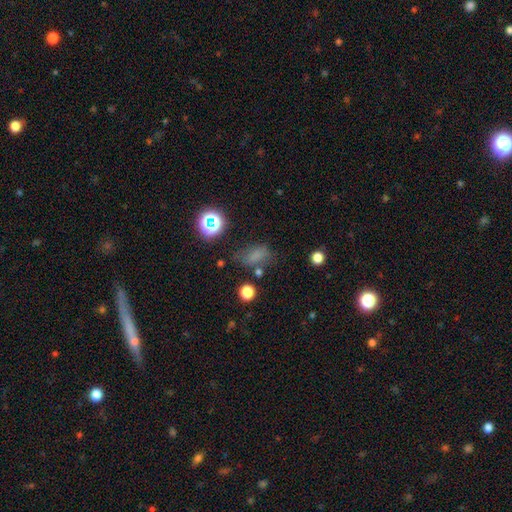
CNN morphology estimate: smooth-or-featured: smooth: 67% | star or artifact: 21% | featured or disk: 12%
  how-rounded: in between: 79% | round: 16% | cigar-shaped: 5%
  merging: none: 56% | minor disturbance: 25% | major disturbance: 13% | merger: 6%